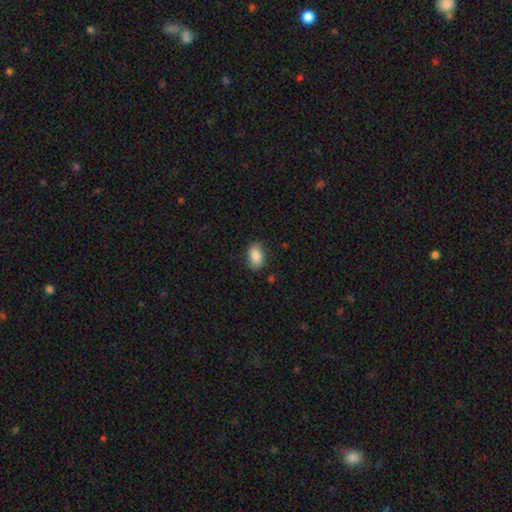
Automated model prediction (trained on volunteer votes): Smooth or featured: smooth — 88% (star or artifact — 7%)
How rounded: in between — 87% (round — 11%)
Merging: none — 83% (minor disturbance — 13%)